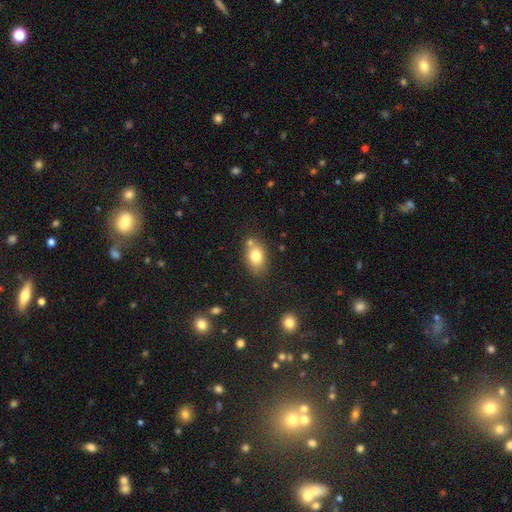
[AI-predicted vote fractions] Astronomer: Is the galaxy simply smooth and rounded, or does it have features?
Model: smooth — 77%.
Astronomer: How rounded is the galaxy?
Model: in between — 75%.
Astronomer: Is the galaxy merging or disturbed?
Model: none — 61%.